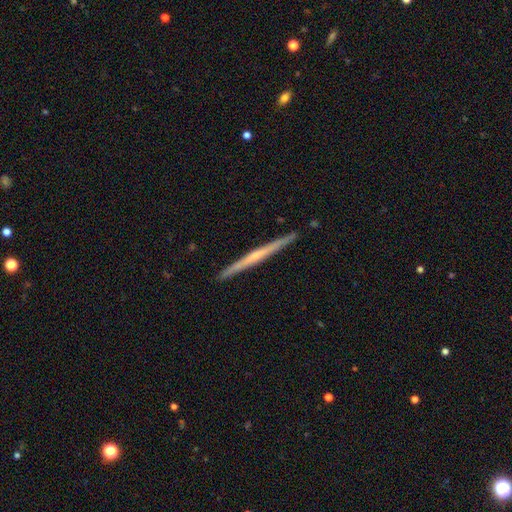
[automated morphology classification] Smooth or featured? featured or disk (70%)
Edge-on disk? yes (98%)
Edge-on bulge? none (47%, tied with rounded)
Merging? none (92%)